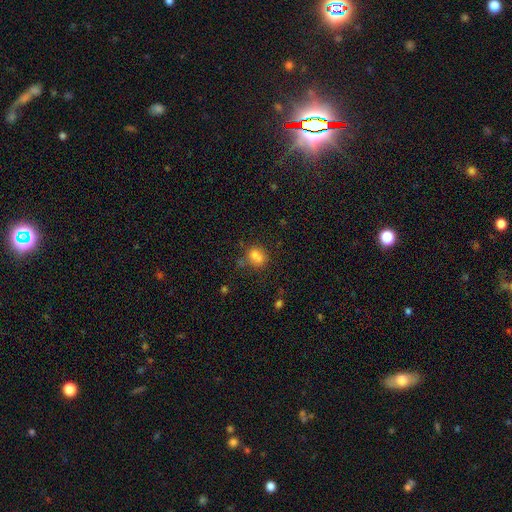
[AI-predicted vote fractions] A smooth galaxy with no disk features (74%) that is round (51%). Merging: none (43%).